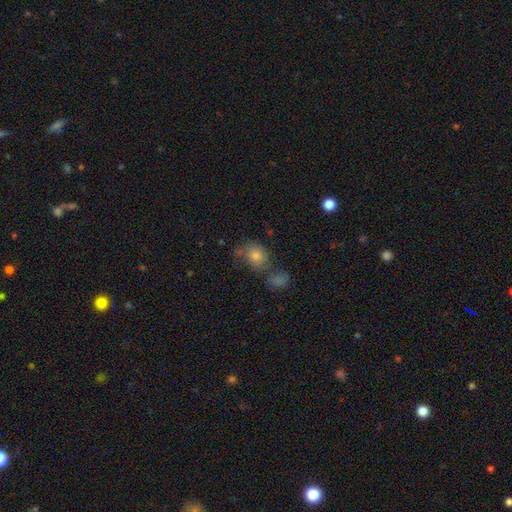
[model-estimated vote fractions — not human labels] A smooth galaxy with no disk features (74%) that is round (54%). Merging: none (52%).